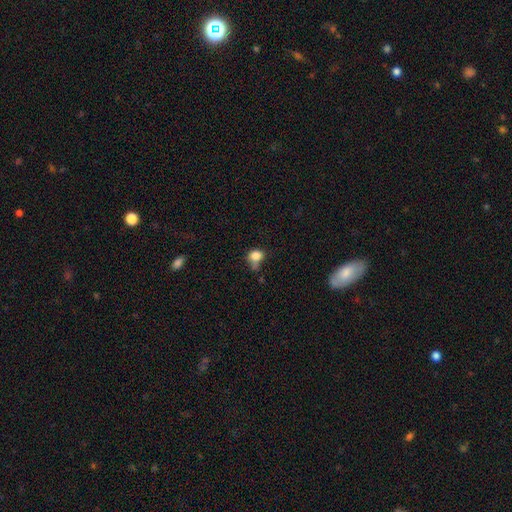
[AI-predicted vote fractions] Q: Smooth or featured?
A: smooth (80%); runner-up: star or artifact (11%)
Q: How rounded?
A: in between (51%); runner-up: round (48%)
Q: Merging?
A: minor disturbance (35%); runner-up: none (34%)